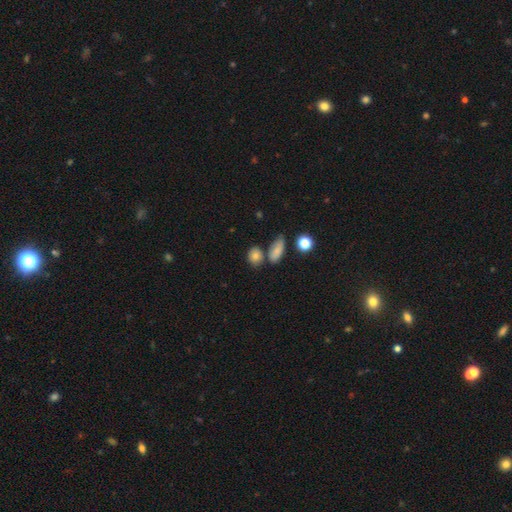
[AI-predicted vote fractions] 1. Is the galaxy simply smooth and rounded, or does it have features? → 79% smooth, 11% star or artifact, 9% featured or disk.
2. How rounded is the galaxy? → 50% round, 47% in between, 3% cigar-shaped.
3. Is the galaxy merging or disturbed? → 65% none, 16% merger, 15% minor disturbance, 4% major disturbance.